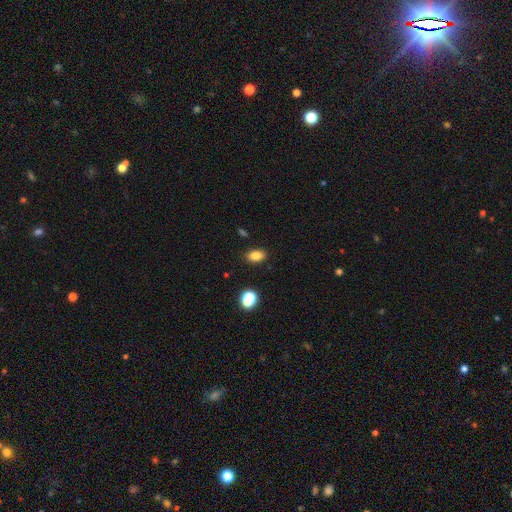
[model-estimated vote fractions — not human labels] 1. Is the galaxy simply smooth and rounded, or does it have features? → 84% smooth, 11% star or artifact, 5% featured or disk.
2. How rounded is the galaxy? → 86% in between, 11% round, 2% cigar-shaped.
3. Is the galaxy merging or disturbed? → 87% none, 9% minor disturbance, 2% major disturbance, 2% merger.